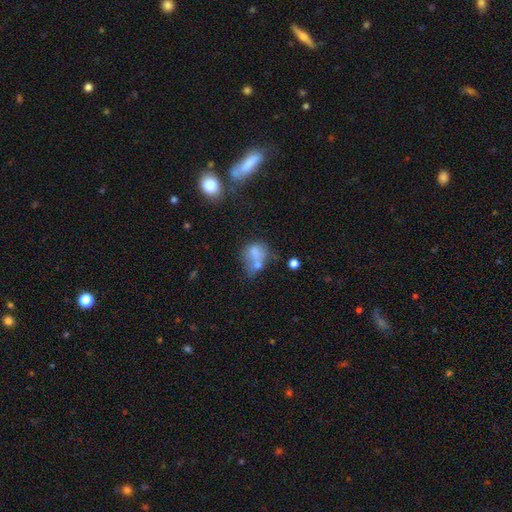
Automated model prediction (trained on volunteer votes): smooth-or-featured: smooth: 65% | featured or disk: 23% | star or artifact: 12%
  how-rounded: in between: 56% | round: 42% | cigar-shaped: 1%
  merging: merger: 48% | none: 21% | minor disturbance: 16% | major disturbance: 15%